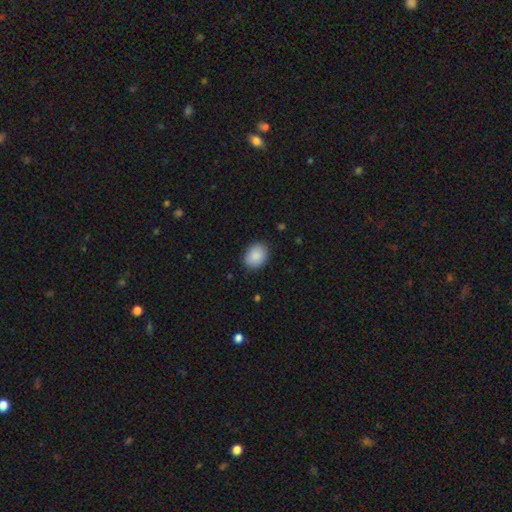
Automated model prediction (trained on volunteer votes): This is clearly a smooth galaxy (88%). How rounded: possibly in between (53%). Merging: clearly none (87%).